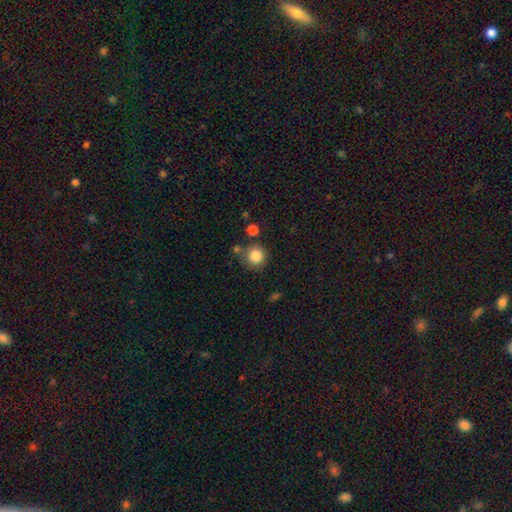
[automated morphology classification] This is clearly a smooth galaxy (85%). How rounded: clearly round (92%). Merging: likely none (75%).